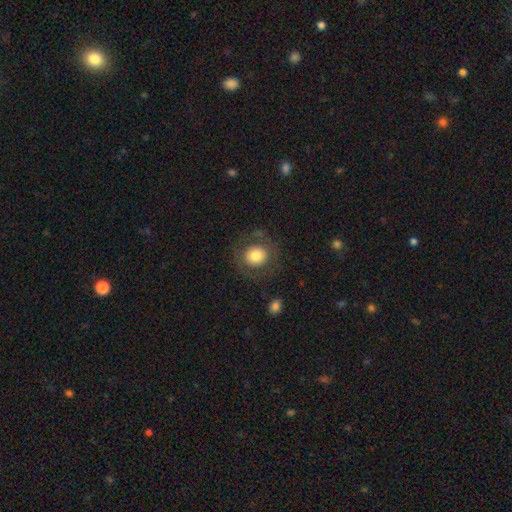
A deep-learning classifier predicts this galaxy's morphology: Q: Smooth or featured?
A: smooth (70%); runner-up: featured or disk (21%)
Q: How rounded?
A: round (87%); runner-up: in between (12%)
Q: Merging?
A: none (78%); runner-up: minor disturbance (11%)